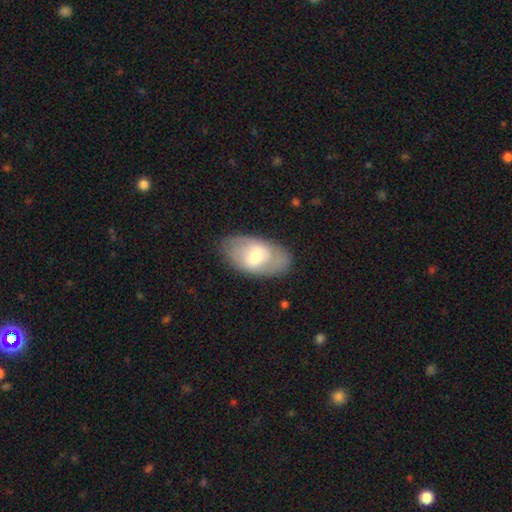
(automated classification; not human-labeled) This appears to be a smooth galaxy with no disk features (50%). Merging: none (80%).